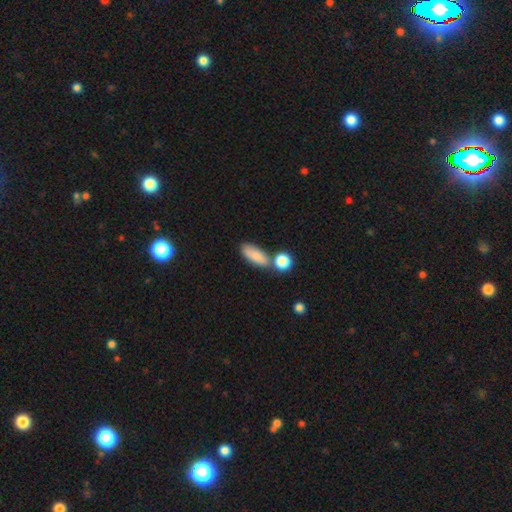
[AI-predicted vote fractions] Smooth or featured?
  - smooth: 82% *
  - featured or disk: 10%
  - star or artifact: 8%
How rounded?
  - in between: 73% *
  - cigar-shaped: 21%
  - round: 6%
Merging?
  - none: 61% *
  - merger: 20%
  - minor disturbance: 14%
  - major disturbance: 5%